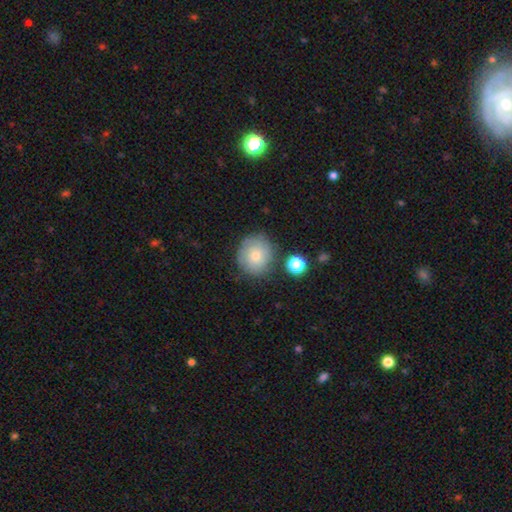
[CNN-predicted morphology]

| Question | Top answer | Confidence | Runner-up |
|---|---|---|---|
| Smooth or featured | smooth | 62% | featured or disk (28%) |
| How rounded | round | 86% | in between (13%) |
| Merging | none | 77% | minor disturbance (15%) |